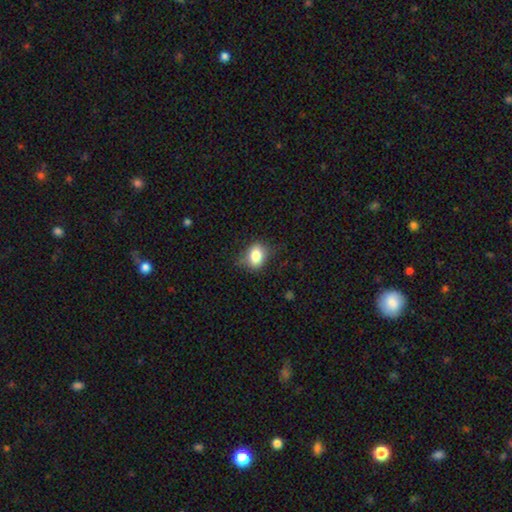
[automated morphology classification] smooth 80%, featured or disk 11%, star or artifact 9%. Down the decision tree: how rounded — in between (61%); merging — none (69%).